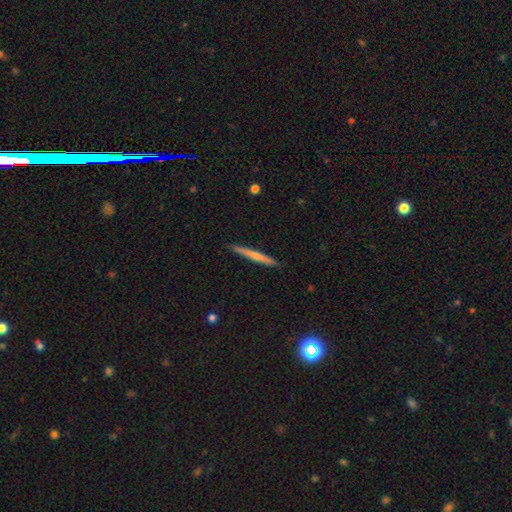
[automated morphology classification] Smooth or featured? Predicted: smooth (p=0.52). How rounded? Predicted: cigar-shaped (p=0.96). Merging? Predicted: none (p=0.90).